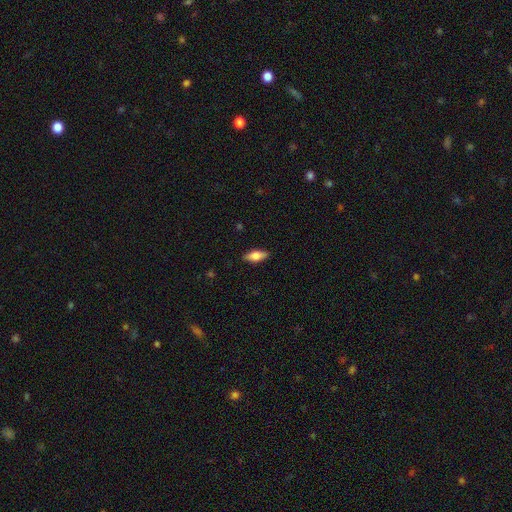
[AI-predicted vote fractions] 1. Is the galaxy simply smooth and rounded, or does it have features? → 72% smooth, 21% featured or disk, 6% star or artifact.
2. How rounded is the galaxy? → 76% in between, 21% cigar-shaped, 3% round.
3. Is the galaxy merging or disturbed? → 88% none, 9% minor disturbance, 2% major disturbance, 1% merger.